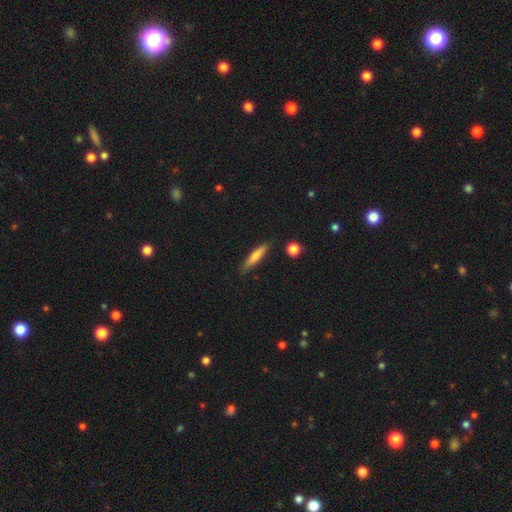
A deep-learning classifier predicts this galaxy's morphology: This appears to be a smooth galaxy with no disk features (72%) that is cigar-shaped (85%). Merging: none (86%).